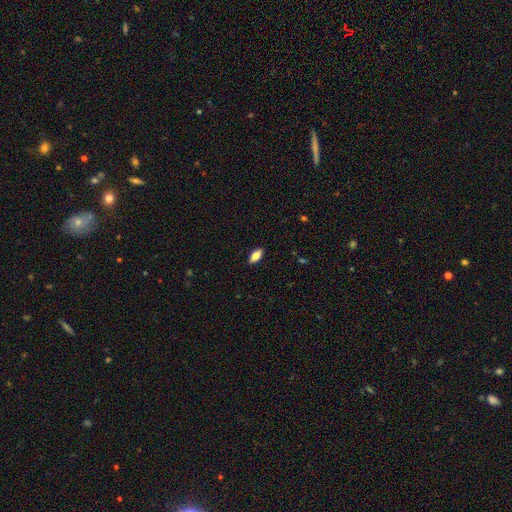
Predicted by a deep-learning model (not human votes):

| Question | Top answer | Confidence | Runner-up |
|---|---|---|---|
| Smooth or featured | smooth | 80% | featured or disk (13%) |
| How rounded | in between | 85% | cigar-shaped (12%) |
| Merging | none | 89% | minor disturbance (8%) |